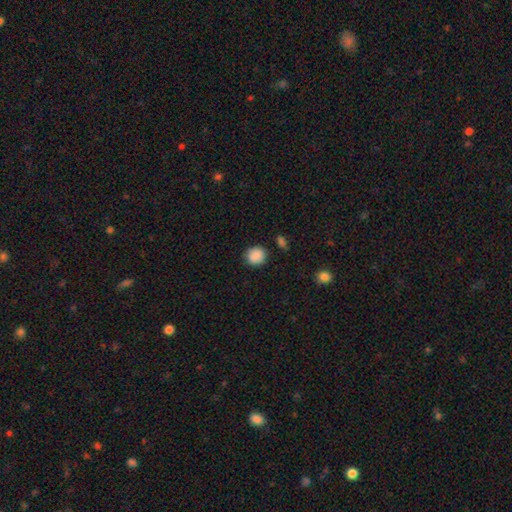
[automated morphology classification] smooth-or-featured: smooth: 89% | star or artifact: 8% | featured or disk: 3%
  how-rounded: round: 85% | in between: 14% | cigar-shaped: 1%
  merging: none: 86% | minor disturbance: 9% | major disturbance: 3% | merger: 2%